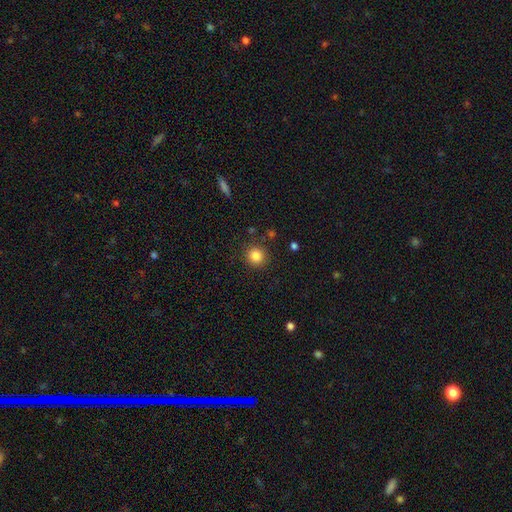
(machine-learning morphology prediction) Smooth or featured? smooth (84%)
How rounded? round (92%)
Merging? none (89%)